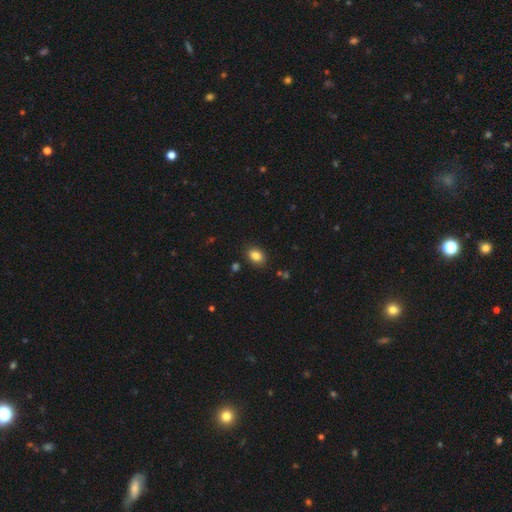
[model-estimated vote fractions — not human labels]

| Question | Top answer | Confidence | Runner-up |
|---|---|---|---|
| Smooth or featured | smooth | 85% | star or artifact (9%) |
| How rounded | in between | 73% | round (25%) |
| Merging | none | 85% | minor disturbance (10%) |